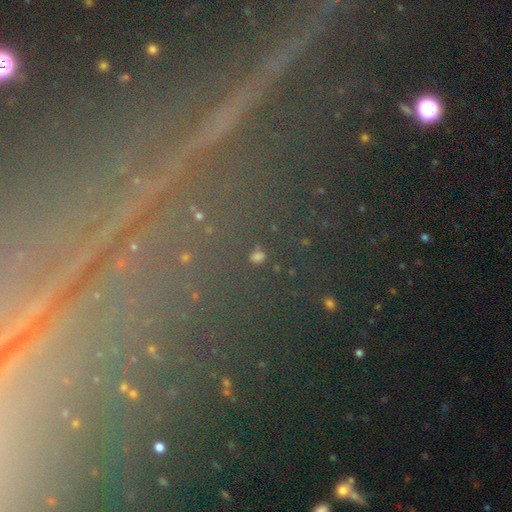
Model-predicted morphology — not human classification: This appears to be a star or artifact, not a galaxy (70%).